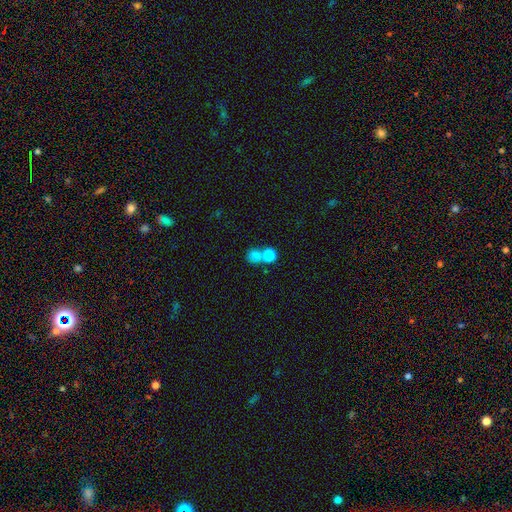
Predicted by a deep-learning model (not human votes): A smooth galaxy with no disk features (80%) that is round (82%). Merging: merger (47%).